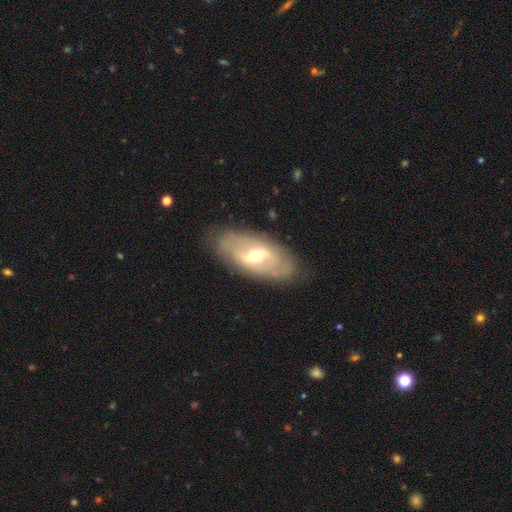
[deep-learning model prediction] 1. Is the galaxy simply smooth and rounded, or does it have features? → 67% featured or disk, 27% smooth, 6% star or artifact.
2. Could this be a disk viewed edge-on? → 87% no, 13% yes.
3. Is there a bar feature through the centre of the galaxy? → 45% weak, 35% strong, 20% no.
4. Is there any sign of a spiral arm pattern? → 52% yes, 48% no.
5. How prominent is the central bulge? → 68% moderate, 24% small, 6% large, 1% dominant, 1% none.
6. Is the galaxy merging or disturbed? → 83% none, 13% minor disturbance, 4% major disturbance, 1% merger.